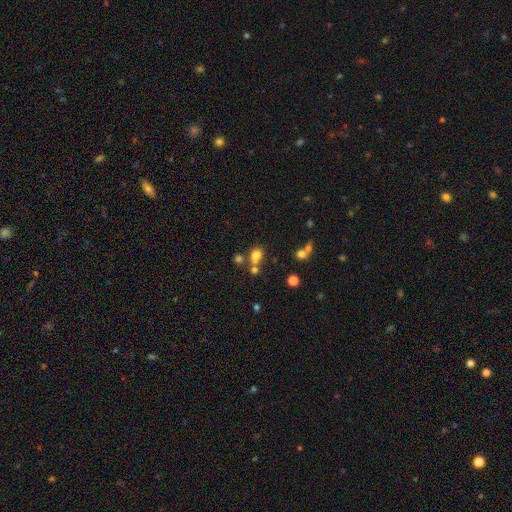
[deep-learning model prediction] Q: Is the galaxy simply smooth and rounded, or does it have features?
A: smooth — 73%.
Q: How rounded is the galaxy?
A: in between — 50%.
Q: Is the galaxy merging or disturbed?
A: none — 44%.